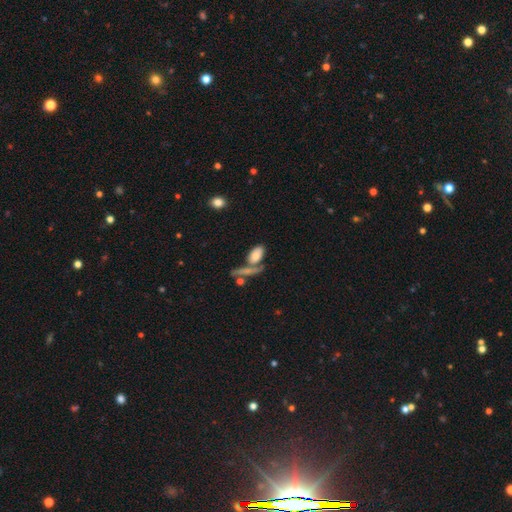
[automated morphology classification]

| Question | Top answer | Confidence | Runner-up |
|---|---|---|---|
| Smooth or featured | smooth | 75% | featured or disk (17%) |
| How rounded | in between | 86% | cigar-shaped (8%) |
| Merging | none | 44% | merger (34%) |